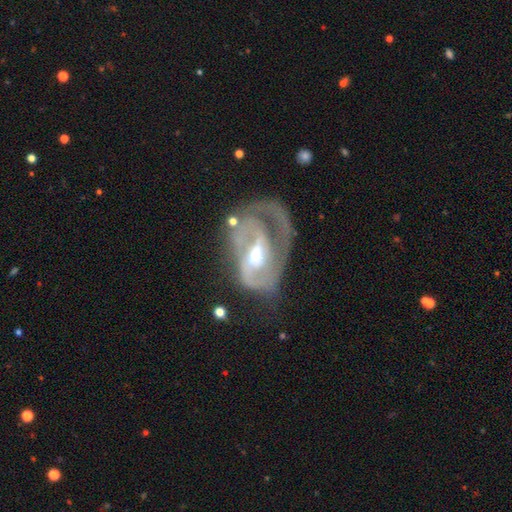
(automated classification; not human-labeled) featured or disk 84%, smooth 10%, star or artifact 6%. Down the decision tree: edge-on disk — no (96%); bar — weak (49%); spiral arms — yes (88%); spiral arm count — 1 (39%); spiral winding — medium (43%); bulge size — moderate (62%); merging — major disturbance (41%).